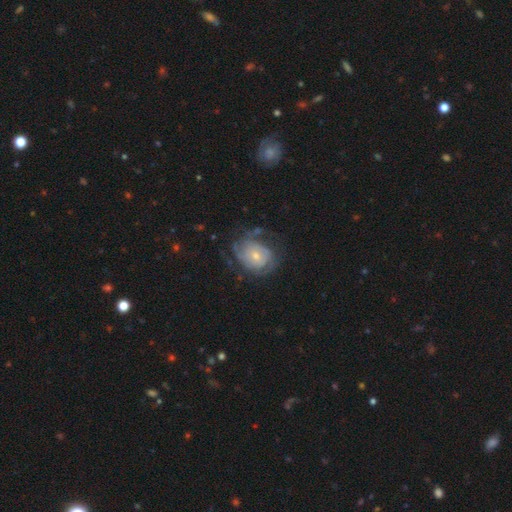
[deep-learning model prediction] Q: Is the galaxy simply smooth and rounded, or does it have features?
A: featured or disk — 65%.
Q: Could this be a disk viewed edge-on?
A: no — 97%.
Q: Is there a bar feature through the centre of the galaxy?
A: no — 76%.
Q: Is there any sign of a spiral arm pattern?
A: yes — 73%.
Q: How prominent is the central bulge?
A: small — 58%.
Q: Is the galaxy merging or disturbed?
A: none — 50%.